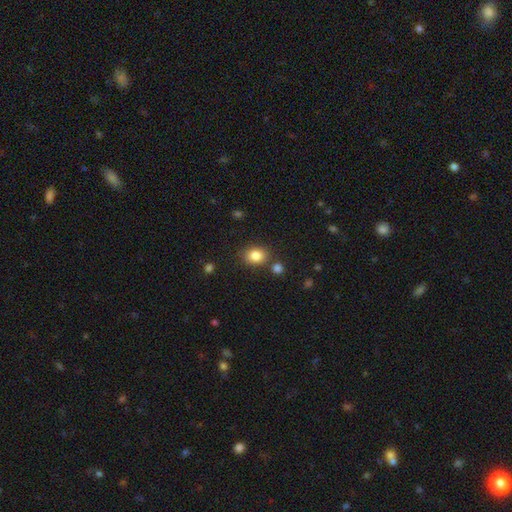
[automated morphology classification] Q: Smooth or featured?
A: smooth (84%); runner-up: star or artifact (10%)
Q: How rounded?
A: in between (55%); runner-up: round (44%)
Q: Merging?
A: none (78%); runner-up: minor disturbance (11%)